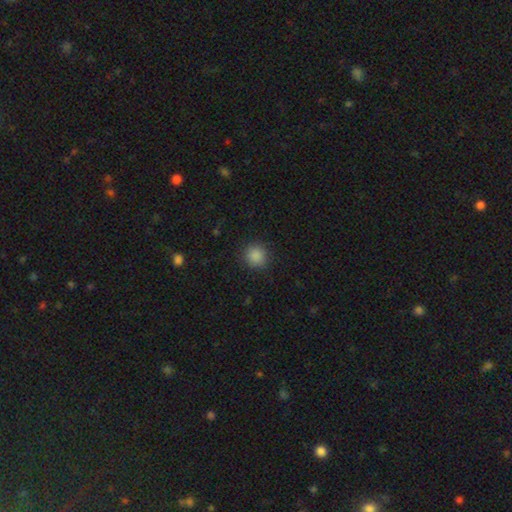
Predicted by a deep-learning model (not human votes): Smooth or featured? Predicted: smooth (p=0.87). How rounded? Predicted: round (p=0.91). Merging? Predicted: none (p=0.89).